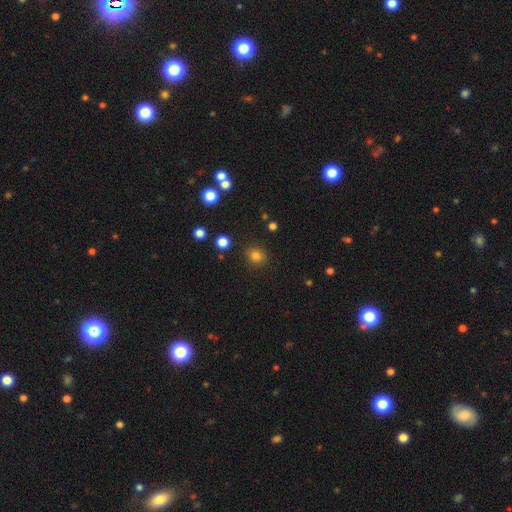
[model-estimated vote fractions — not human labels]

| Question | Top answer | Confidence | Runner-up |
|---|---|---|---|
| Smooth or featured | smooth | 81% | star or artifact (14%) |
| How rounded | round | 78% | in between (21%) |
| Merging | none | 86% | minor disturbance (9%) |